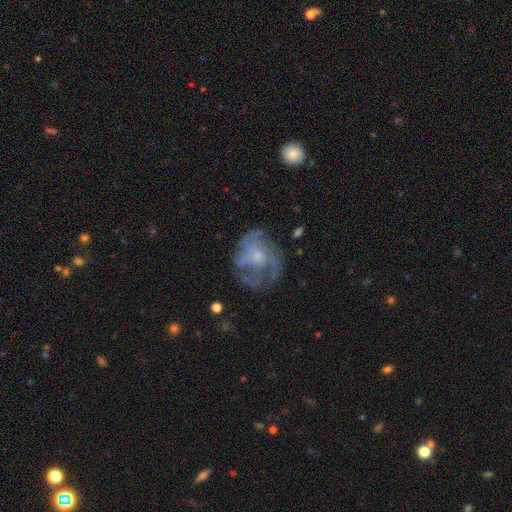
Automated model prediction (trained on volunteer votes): smooth-or-featured: featured or disk: 70% | smooth: 21% | star or artifact: 9%
  disk-edge-on: no: 98% | yes: 2%
    bar: no: 73% | weak: 24% | strong: 3%
    has-spiral-arms: yes: 71% | no: 29%
    bulge-size: small: 55% | moderate: 25% | none: 17% | large: 2% | dominant: 1%
  merging: none: 53% | major disturbance: 24% | minor disturbance: 20% | merger: 2%